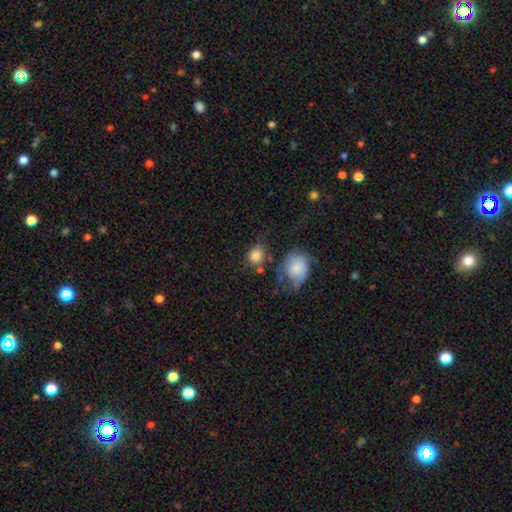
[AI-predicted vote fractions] smooth 82%, featured or disk 9%, star or artifact 9%. Down the decision tree: how rounded — round (79%); merging — none (55%).